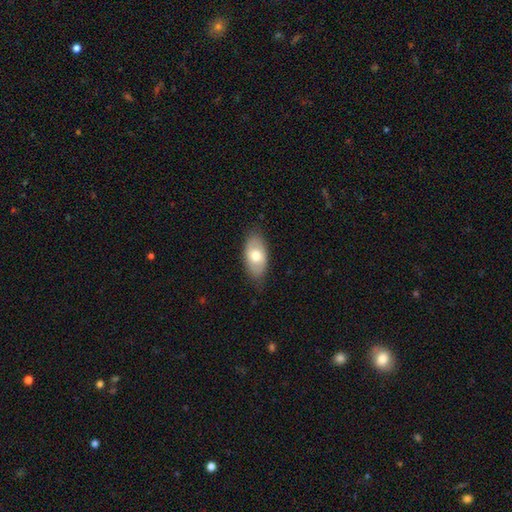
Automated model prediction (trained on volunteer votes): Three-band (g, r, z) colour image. It shows a smooth galaxy with no disk features (69%) that is in between round and cigar-shaped (93%). Merging: none (79%).